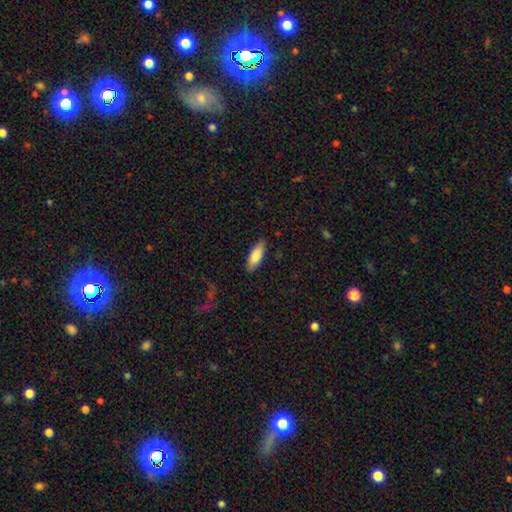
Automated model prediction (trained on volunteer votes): Smooth or featured?
  - smooth: 83% *
  - featured or disk: 11%
  - star or artifact: 6%
How rounded?
  - in between: 66% *
  - cigar-shaped: 32%
  - round: 2%
Merging?
  - none: 87% *
  - minor disturbance: 10%
  - major disturbance: 2%
  - merger: 1%